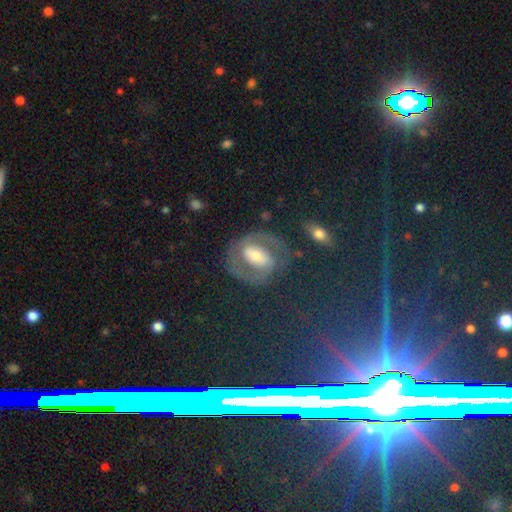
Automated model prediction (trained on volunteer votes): Morphology: type=featured or disk (74%); edge-on=no (96%); bar=strong (38%); spiral arms=yes (81%); winding=medium (47%); arm count=2 (86%); bulge=moderate (55%); merging=none (73%).